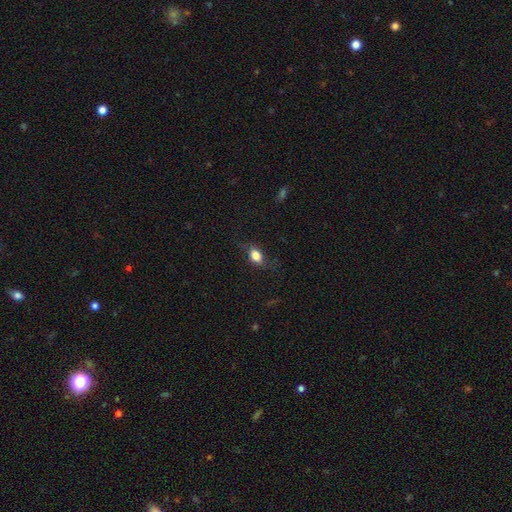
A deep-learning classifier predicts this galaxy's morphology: Smooth or featured?
  - smooth: 75% *
  - featured or disk: 14%
  - star or artifact: 11%
How rounded?
  - in between: 68% *
  - round: 28%
  - cigar-shaped: 4%
Merging?
  - none: 72% *
  - minor disturbance: 19%
  - major disturbance: 8%
  - merger: 1%